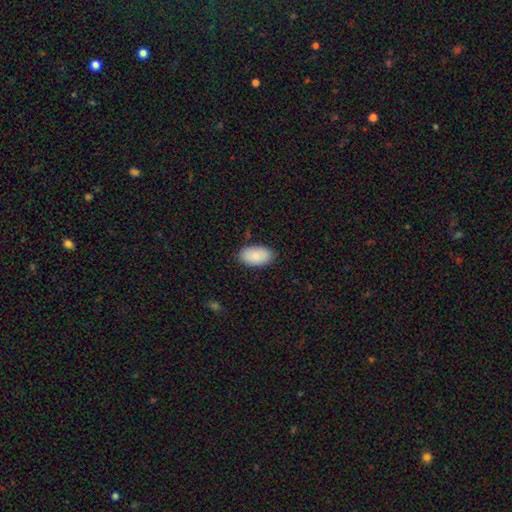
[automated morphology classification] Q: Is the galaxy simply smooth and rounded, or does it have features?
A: smooth — 88%.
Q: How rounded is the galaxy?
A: in between — 95%.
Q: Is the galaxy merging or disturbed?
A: none — 86%.